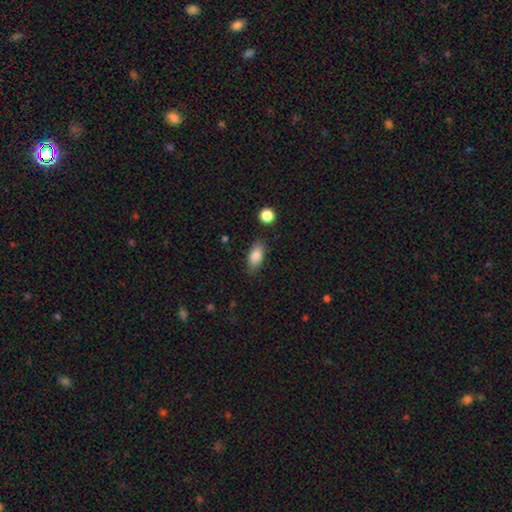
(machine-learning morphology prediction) smooth-or-featured: smooth: 84% | featured or disk: 9% | star or artifact: 7%
  how-rounded: in between: 87% | cigar-shaped: 9% | round: 4%
  merging: none: 83% | minor disturbance: 12% | major disturbance: 3% | merger: 2%